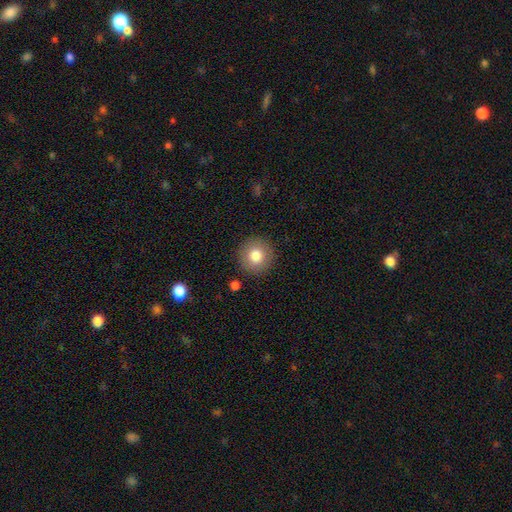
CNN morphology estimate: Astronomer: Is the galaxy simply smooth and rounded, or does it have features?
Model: smooth — 80%.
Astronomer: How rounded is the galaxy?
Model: round — 95%.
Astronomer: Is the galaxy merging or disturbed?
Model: none — 89%.